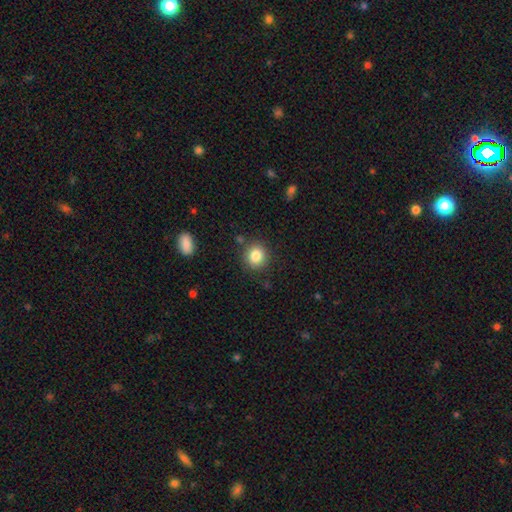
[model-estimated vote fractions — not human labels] Q: Smooth or featured?
A: smooth (84%); runner-up: star or artifact (10%)
Q: How rounded?
A: round (84%); runner-up: in between (15%)
Q: Merging?
A: none (86%); runner-up: minor disturbance (9%)